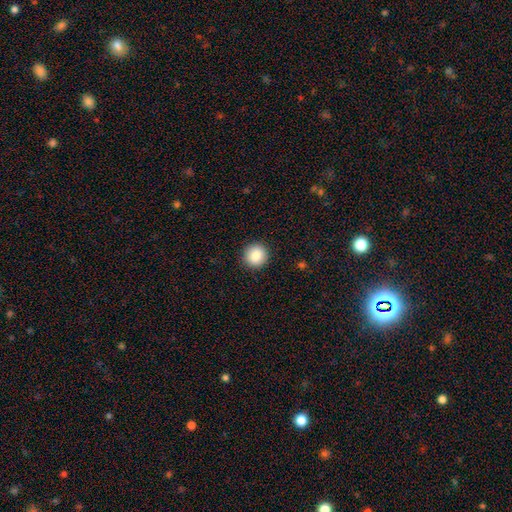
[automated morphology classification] smooth 86%, star or artifact 9%, featured or disk 6%. Down the decision tree: how rounded — round (94%); merging — none (92%).